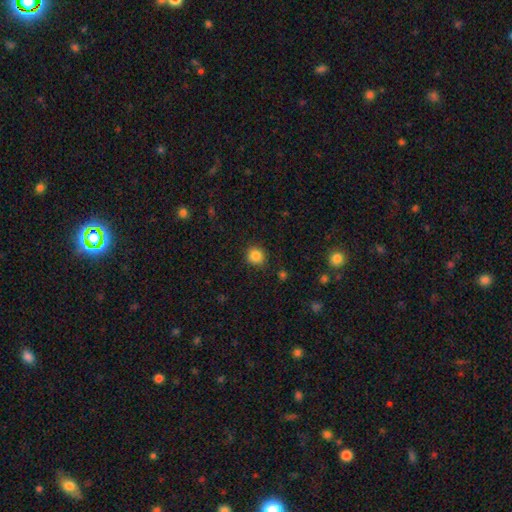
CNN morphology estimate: This is clearly a smooth galaxy (84%). How rounded: clearly round (88%). Merging: clearly none (88%).